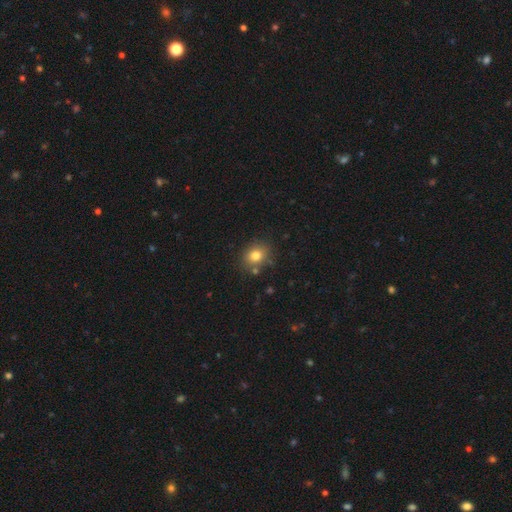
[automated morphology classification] Smooth or featured? Predicted: smooth (p=0.79). How rounded? Predicted: round (p=0.68). Merging? Predicted: none (p=0.79).